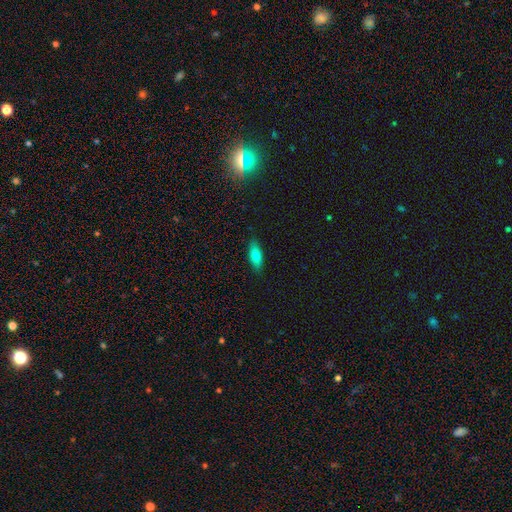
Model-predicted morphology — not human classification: Smooth or featured? Predicted: smooth (p=0.78). How rounded? Predicted: in between (p=0.67). Merging? Predicted: none (p=0.87).